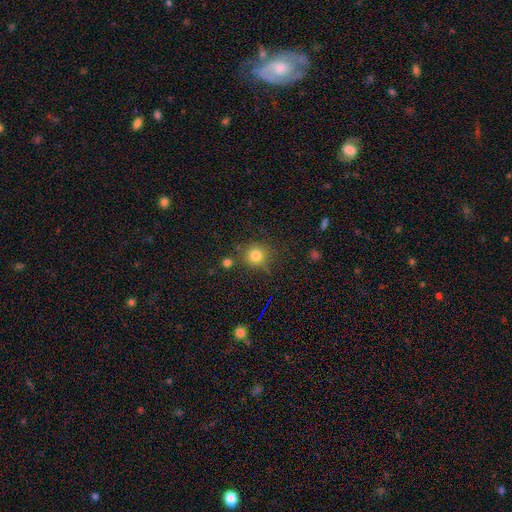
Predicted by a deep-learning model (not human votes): Smooth or featured?
  - smooth: 78% *
  - star or artifact: 15%
  - featured or disk: 7%
How rounded?
  - round: 90% *
  - in between: 9%
  - cigar-shaped: 1%
Merging?
  - none: 77% *
  - minor disturbance: 12%
  - merger: 6%
  - major disturbance: 4%